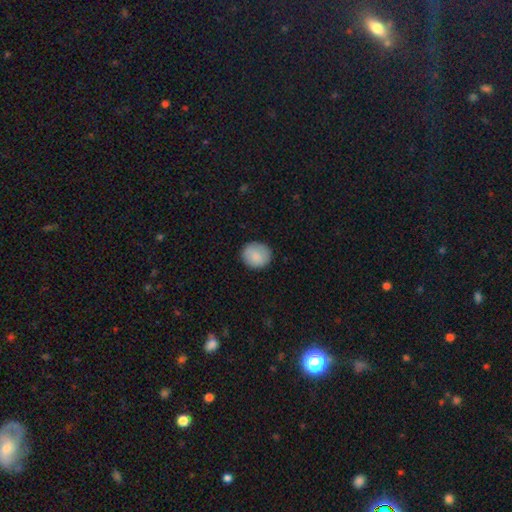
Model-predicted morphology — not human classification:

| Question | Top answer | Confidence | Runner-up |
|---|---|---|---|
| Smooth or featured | smooth | 85% | featured or disk (8%) |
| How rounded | round | 82% | in between (17%) |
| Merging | none | 86% | minor disturbance (10%) |